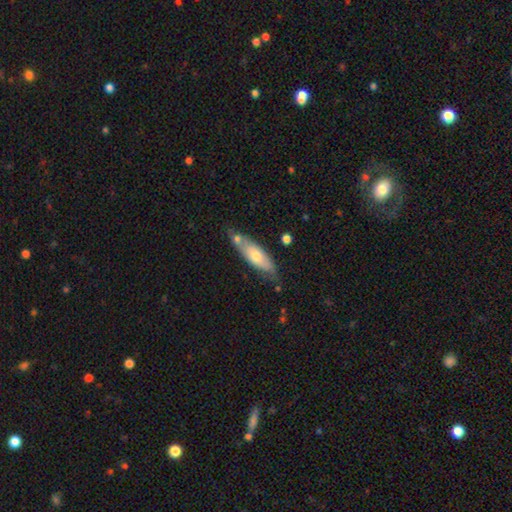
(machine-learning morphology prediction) This appears to be a smooth galaxy with no disk features (57%) that is in between round and cigar-shaped (51%). Merging: none (57%).